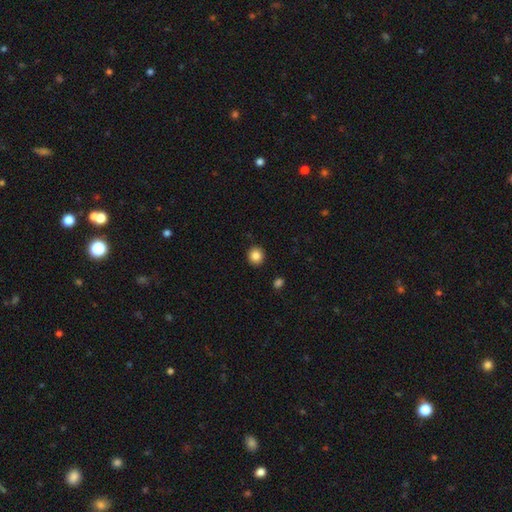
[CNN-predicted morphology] The model was most divided on "smooth or featured": smooth: 85%, star or artifact: 10%, featured or disk: 5%. More confident: merging — none (91%); how rounded — round (87%).